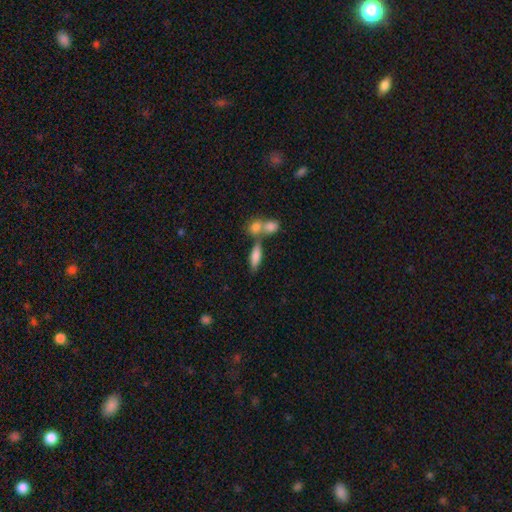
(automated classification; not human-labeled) A smooth galaxy with no disk features (78%) that is in between round and cigar-shaped (60%).

Vote fractions:
- Smooth or featured? smooth: 78% / featured or disk: 14% / star or artifact: 8%
- How rounded? in between: 60% / cigar-shaped: 36% / round: 4%
- Merging? none: 45% / merger: 40% / minor disturbance: 10% / major disturbance: 5%